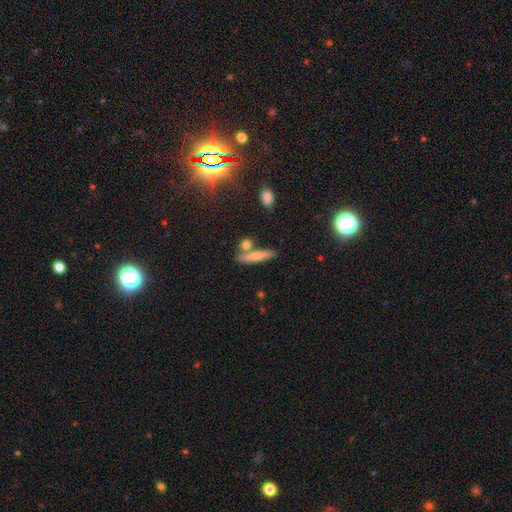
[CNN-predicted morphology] A smooth galaxy with no disk features (69%) that is cigar-shaped (81%). Merging: none (70%).